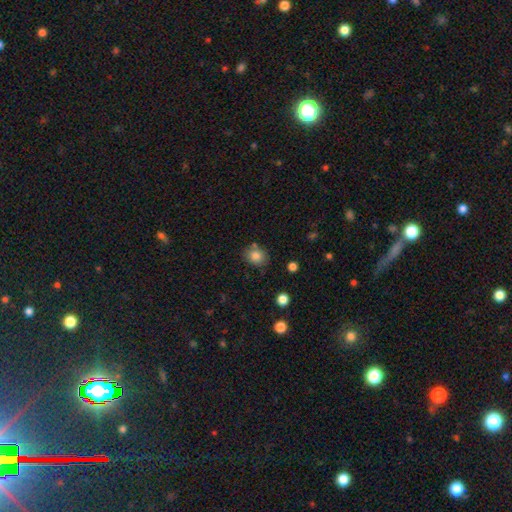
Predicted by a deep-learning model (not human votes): Overall: smooth (82%). How rounded: round (70%). Merging: none (74%).